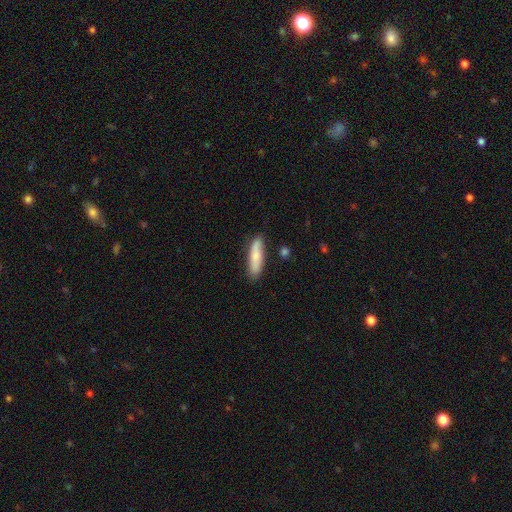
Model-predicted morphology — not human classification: The model was most divided on "how rounded": cigar-shaped: 67%, in between: 31%, round: 2%. More confident: merging — none (81%); smooth or featured — smooth (73%).